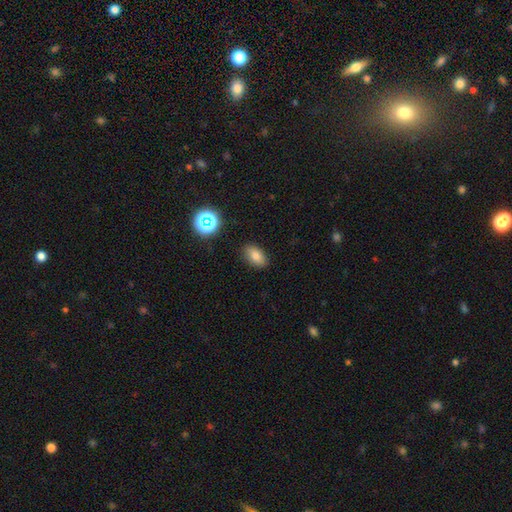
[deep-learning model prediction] Smooth or featured: smooth — 78% (star or artifact — 12%)
How rounded: in between — 89% (round — 8%)
Merging: none — 87% (minor disturbance — 9%)